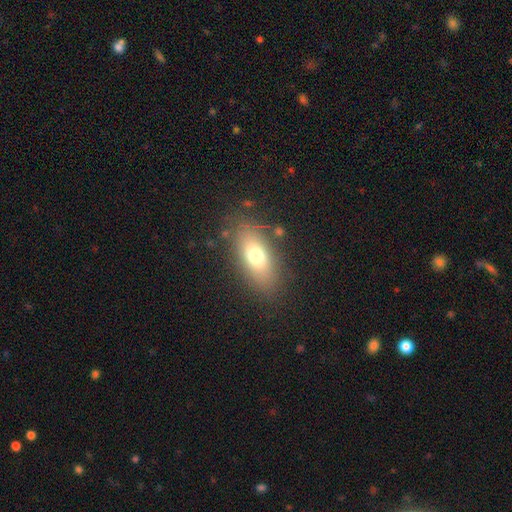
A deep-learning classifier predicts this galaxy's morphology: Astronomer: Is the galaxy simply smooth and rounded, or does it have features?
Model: smooth — 71%.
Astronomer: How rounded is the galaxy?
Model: in between — 81%.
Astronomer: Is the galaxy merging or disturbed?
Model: none — 81%.